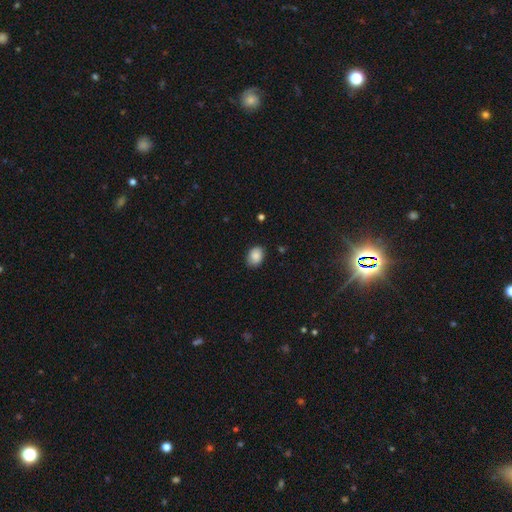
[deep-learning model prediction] smooth 88%, star or artifact 8%, featured or disk 5%. Down the decision tree: how rounded — in between (75%); merging — none (84%).